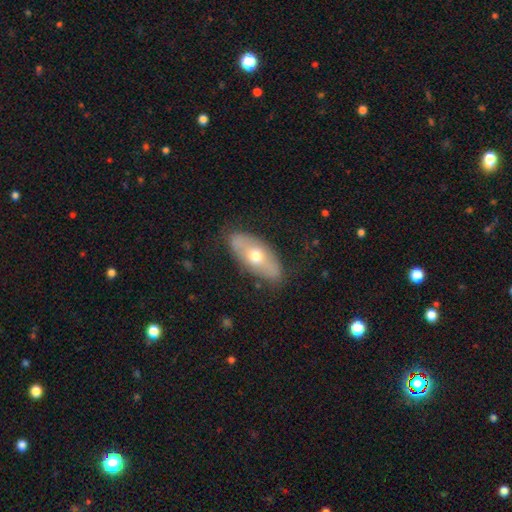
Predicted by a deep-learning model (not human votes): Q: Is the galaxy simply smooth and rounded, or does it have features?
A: smooth — 54%.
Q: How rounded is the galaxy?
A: in between — 85%.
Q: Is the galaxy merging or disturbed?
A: none — 80%.